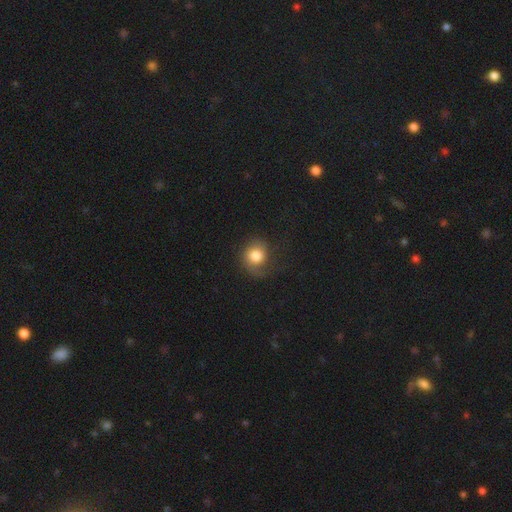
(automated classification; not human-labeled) Q: Smooth or featured?
A: smooth (73%); runner-up: featured or disk (18%)
Q: How rounded?
A: round (79%); runner-up: in between (20%)
Q: Merging?
A: none (52%); runner-up: minor disturbance (24%)